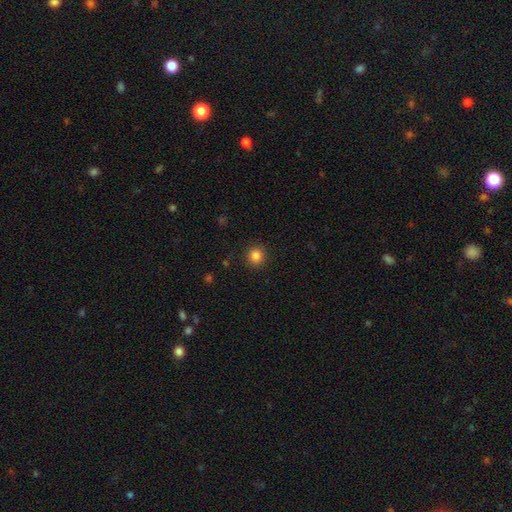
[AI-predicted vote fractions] Overall: smooth (85%). How rounded: round (91%). Merging: none (90%).